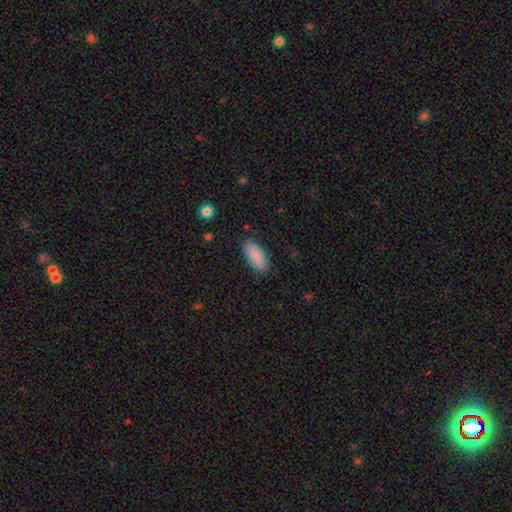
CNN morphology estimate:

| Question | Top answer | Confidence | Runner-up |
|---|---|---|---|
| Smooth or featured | smooth | 89% | star or artifact (6%) |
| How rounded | in between | 88% | cigar-shaped (10%) |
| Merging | none | 84% | minor disturbance (12%) |